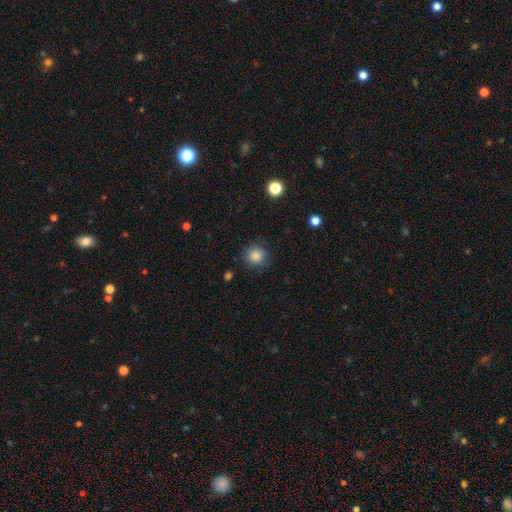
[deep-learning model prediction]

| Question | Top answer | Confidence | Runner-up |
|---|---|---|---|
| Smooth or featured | smooth | 86% | star or artifact (10%) |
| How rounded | round | 92% | in between (7%) |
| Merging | none | 86% | minor disturbance (10%) |